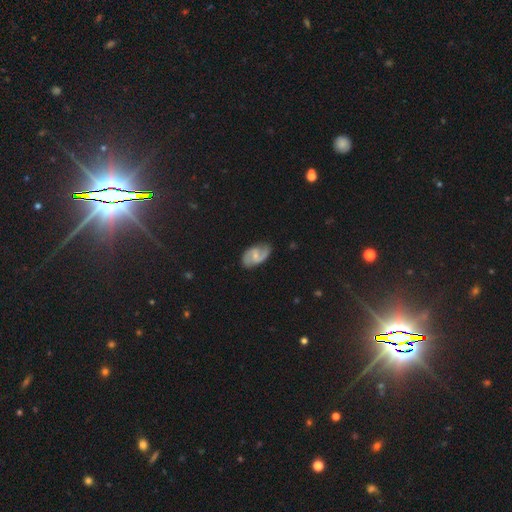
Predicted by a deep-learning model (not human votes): A featured or disk galaxy (75%) with a weak bar (50%), 2 (87%) medium (46%) spiral arms (92%) and a small central bulge (57%).

Vote fractions:
- Smooth or featured? featured or disk: 75% / smooth: 19% / star or artifact: 6%
- Edge-on disk? no: 97% / yes: 3%
- Bar? weak: 50% / no: 39% / strong: 11%
- Spiral arms? yes: 92% / no: 8%
- Spiral winding? medium: 46% / loose: 35% / tight: 19%
- Spiral arm count? 2: 87% / can't tell: 6% / 1: 4% / 3: 1% / 4: 1% / more than 4: 1%
- Bulge size? small: 57% / moderate: 34% / none: 7% / large: 1% / dominant: 1%
- Merging? none: 73% / minor disturbance: 20% / major disturbance: 6% / merger: 2%